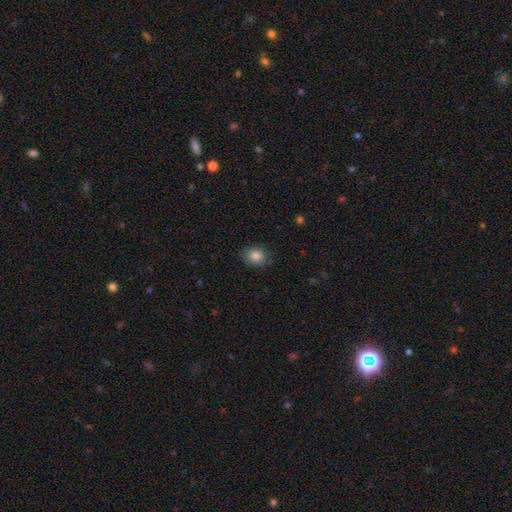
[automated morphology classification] Smooth or featured? Predicted: smooth (p=0.85). How rounded? Predicted: round (p=0.56). Merging? Predicted: none (p=0.84).